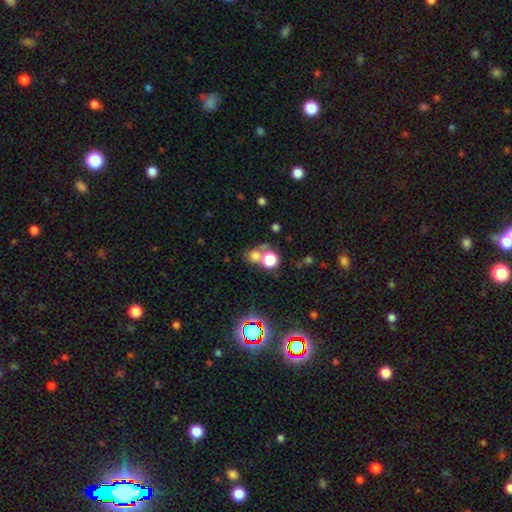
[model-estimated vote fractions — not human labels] The model was most divided on "merging": none: 48%, merger: 39%, minor disturbance: 9%, major disturbance: 5%. More confident: how rounded — round (76%); smooth or featured — smooth (67%).